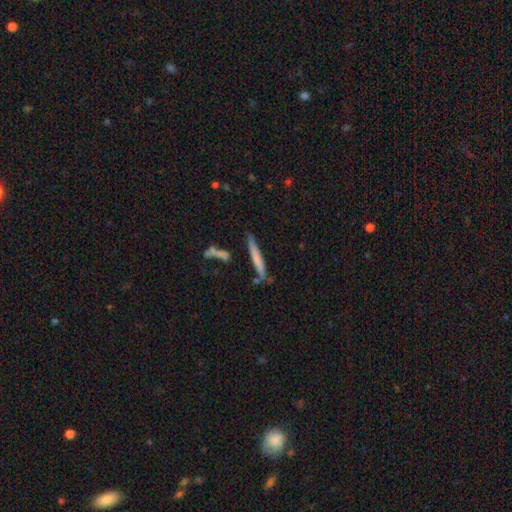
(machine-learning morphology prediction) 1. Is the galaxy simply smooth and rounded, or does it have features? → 46% featured or disk, 40% smooth, 13% star or artifact.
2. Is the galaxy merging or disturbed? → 78% none, 11% minor disturbance, 7% merger, 4% major disturbance.